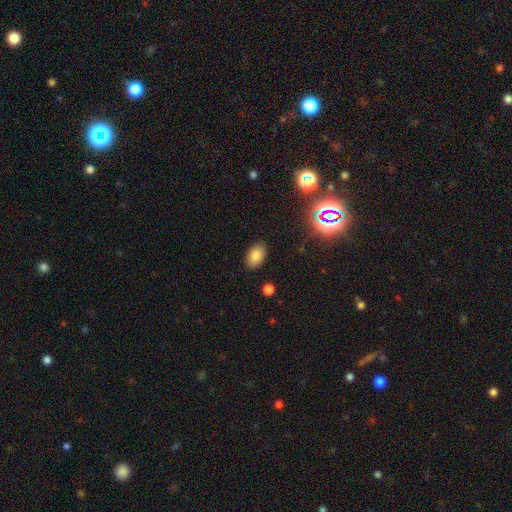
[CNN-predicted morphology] type=smooth (82%); roundness=in between (90%); merging=none (87%).